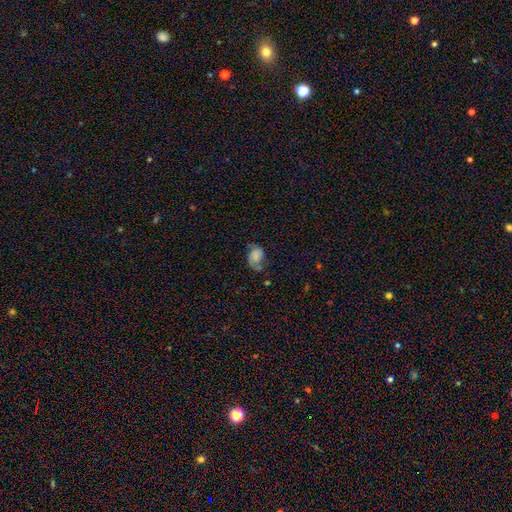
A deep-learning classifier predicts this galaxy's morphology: This appears to be a smooth galaxy with no disk features (60%) that is in between round and cigar-shaped (77%). Merging: none (36%).